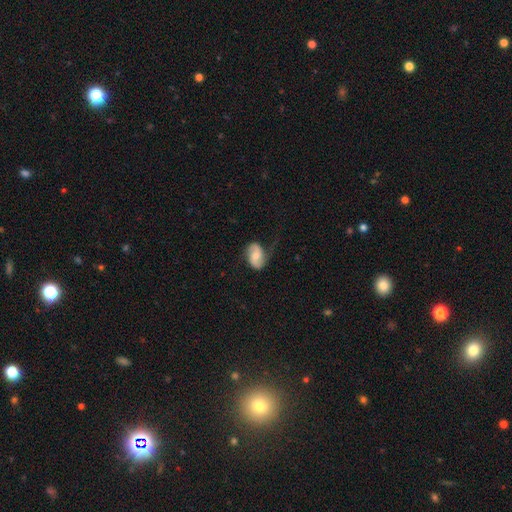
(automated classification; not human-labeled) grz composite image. It shows a featured or disk galaxy (54%) with no bar (54%), spiral arms (89%) and a moderate central bulge (52%). Merging: none (56%).